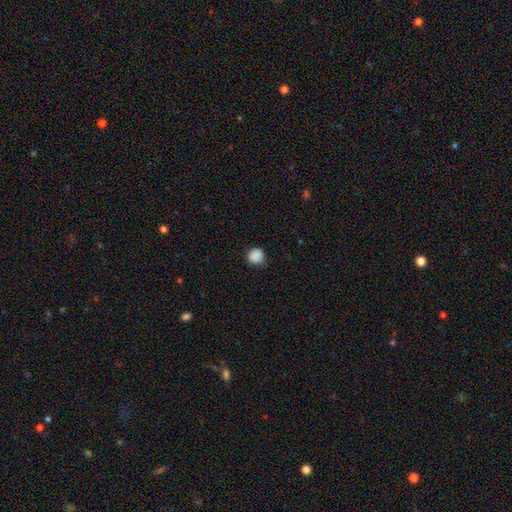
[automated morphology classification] type=smooth (88%); roundness=round (92%); merging=none (87%).